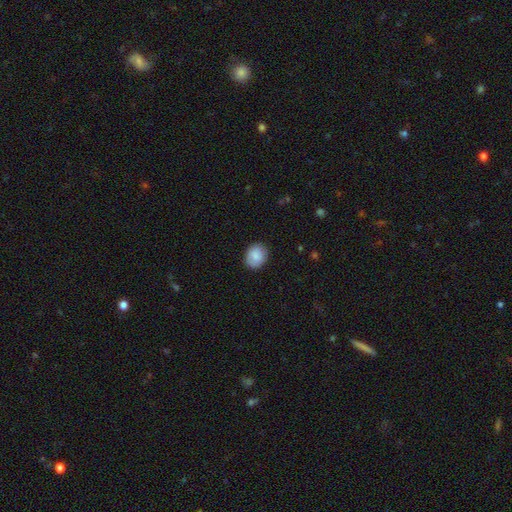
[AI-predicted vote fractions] Smooth or featured?
  - smooth: 85% *
  - featured or disk: 8%
  - star or artifact: 7%
How rounded?
  - round: 59% *
  - in between: 40%
  - cigar-shaped: 1%
Merging?
  - none: 86% *
  - minor disturbance: 11%
  - major disturbance: 2%
  - merger: 1%